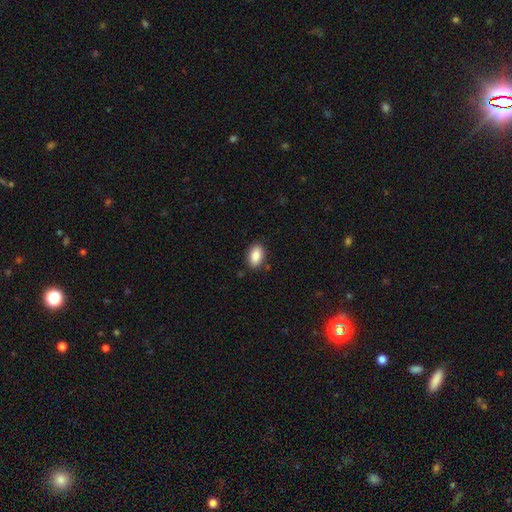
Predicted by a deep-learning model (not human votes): Overall: smooth (88%). How rounded: in between (91%). Merging: none (86%).